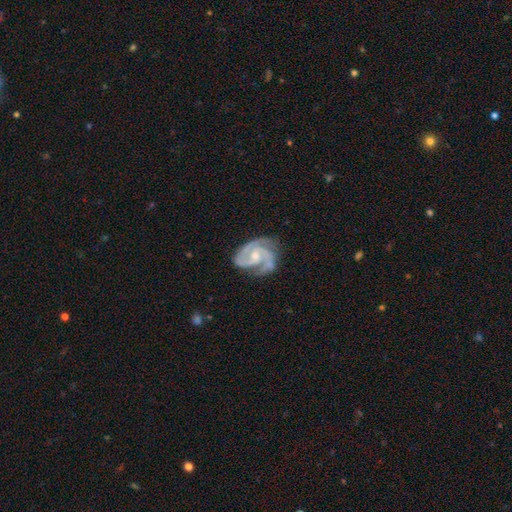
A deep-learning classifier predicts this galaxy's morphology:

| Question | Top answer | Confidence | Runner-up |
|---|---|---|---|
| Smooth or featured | featured or disk | 91% | smooth (5%) |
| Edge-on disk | no | 98% | yes (2%) |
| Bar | no | 55% | weak (36%) |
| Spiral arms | yes | 98% | no (2%) |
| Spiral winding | tight | 47% | medium (46%) |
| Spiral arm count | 2 | 53% | 3 (35%) |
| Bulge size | small | 49% | moderate (46%) |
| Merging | none | 63% | minor disturbance (25%) |